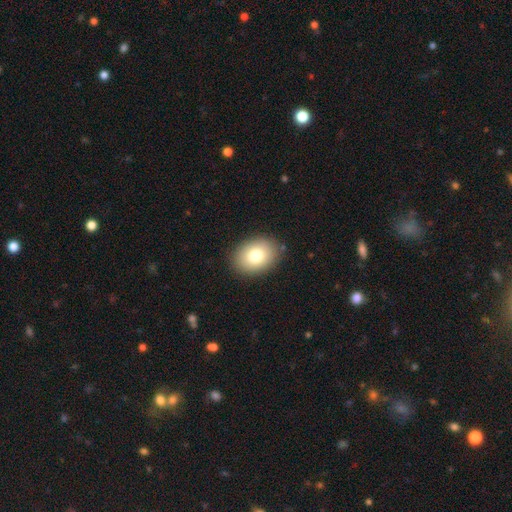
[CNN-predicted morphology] The model was most divided on "how rounded": in between: 71%, round: 28%, cigar-shaped: 1%. More confident: merging — none (89%); smooth or featured — smooth (80%).